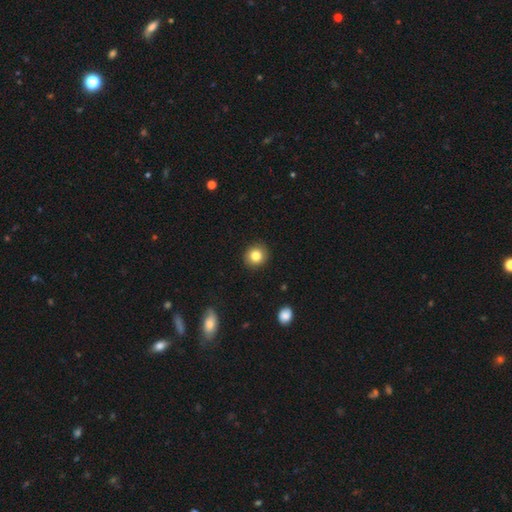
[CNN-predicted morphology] Smooth or featured? Predicted: smooth (p=0.83). How rounded? Predicted: round (p=0.88). Merging? Predicted: none (p=0.91).